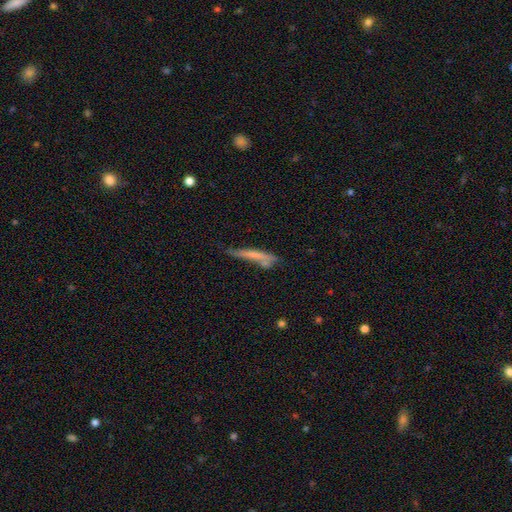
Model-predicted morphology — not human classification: smooth_or_featured: smooth (p=0.57) [alt: featured or disk p=0.35]
how_rounded: cigar-shaped (p=0.92) [alt: in between p=0.06]
merging: none (p=0.50) [alt: minor disturbance p=0.26]